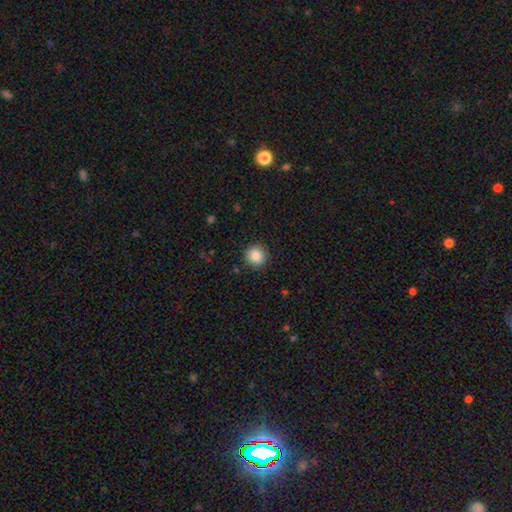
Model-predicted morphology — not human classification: type=smooth (87%); roundness=round (94%); merging=none (91%).